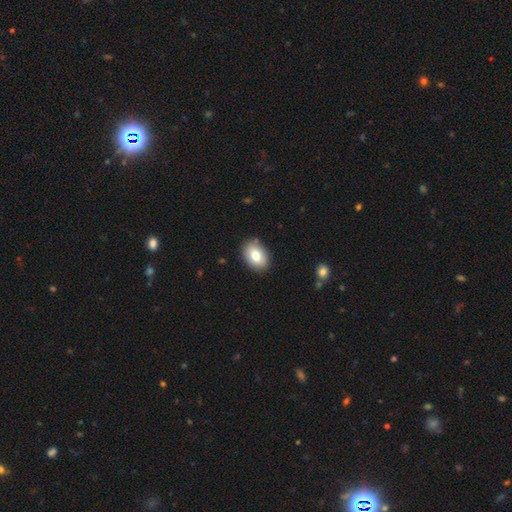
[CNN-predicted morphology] Smooth or featured: smooth — 79% (featured or disk — 14%)
How rounded: in between — 81% (round — 18%)
Merging: none — 87% (minor disturbance — 10%)